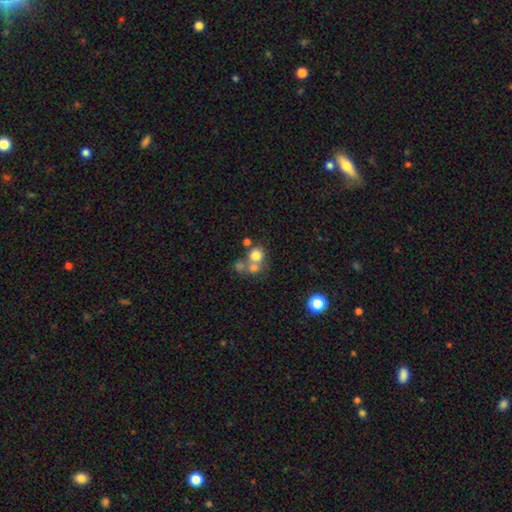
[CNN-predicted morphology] Overall: smooth (70%). How rounded: round (83%). Merging: merger (45%; none 42%).